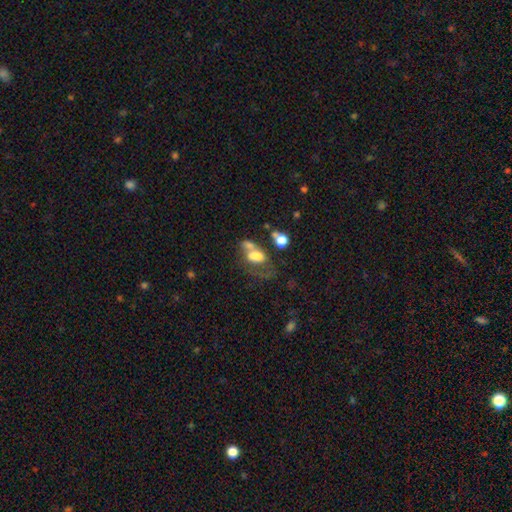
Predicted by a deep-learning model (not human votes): The model was most divided on "merging": merger: 47%, major disturbance: 21%, none: 20%, minor disturbance: 12%. More confident: how rounded — in between (81%); smooth or featured — smooth (60%).